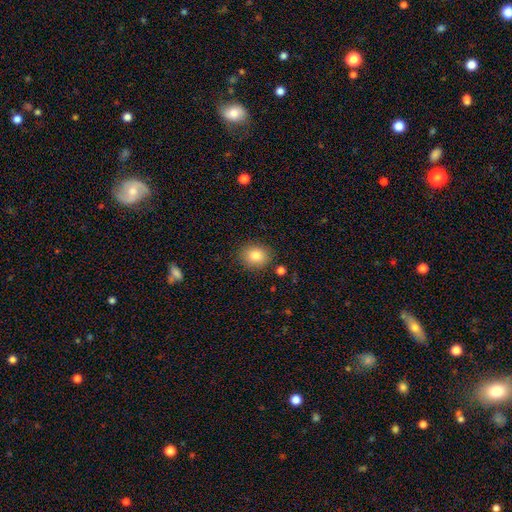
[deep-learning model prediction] Smooth or featured: smooth — 83% (star or artifact — 10%)
How rounded: round — 70% (in between — 29%)
Merging: none — 86% (minor disturbance — 9%)